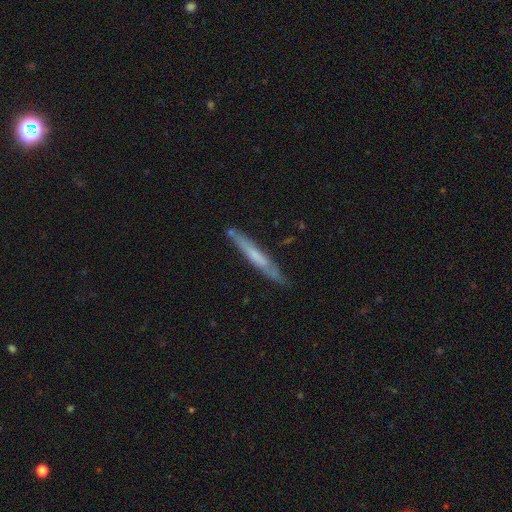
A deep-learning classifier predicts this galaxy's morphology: Smooth or featured? featured or disk (50%)
Merging? none (78%)